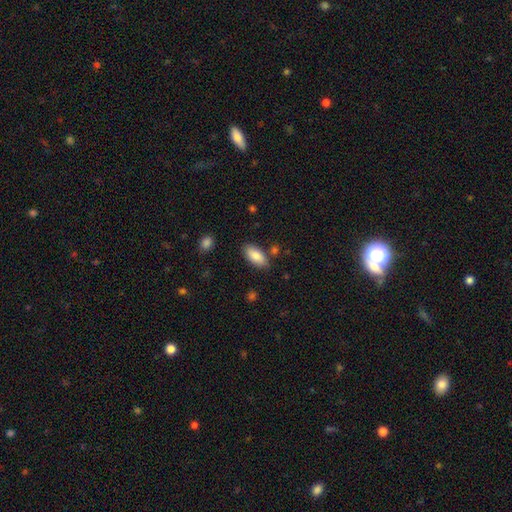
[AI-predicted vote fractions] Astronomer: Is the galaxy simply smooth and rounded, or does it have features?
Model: smooth — 85%.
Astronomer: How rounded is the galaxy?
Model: in between — 90%.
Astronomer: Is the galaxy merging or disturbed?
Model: none — 82%.